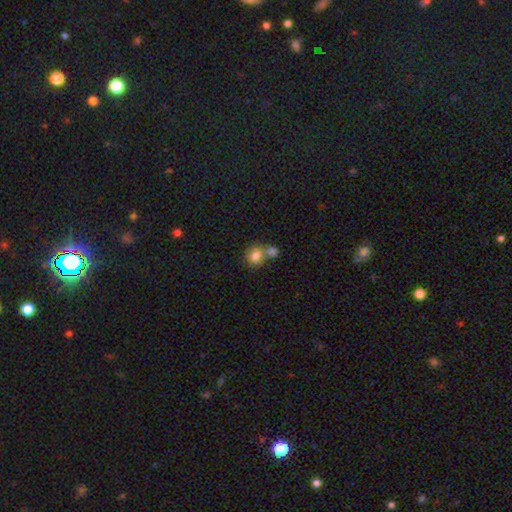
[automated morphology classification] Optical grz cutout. It shows a smooth galaxy with no disk features (81%) that is round (67%). Merging: merger (47%).